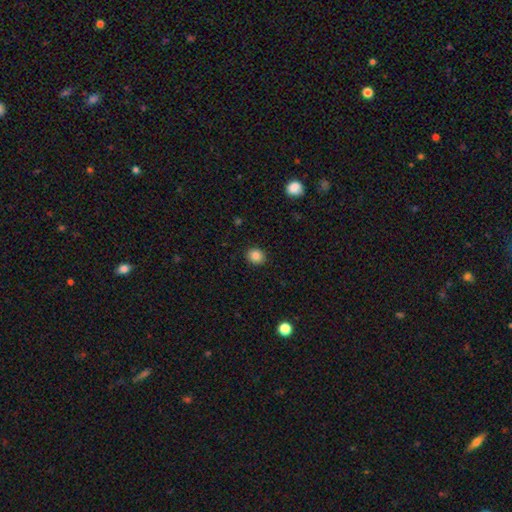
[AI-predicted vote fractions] Smooth or featured? Predicted: smooth (p=0.86). How rounded? Predicted: round (p=0.78). Merging? Predicted: none (p=0.91).